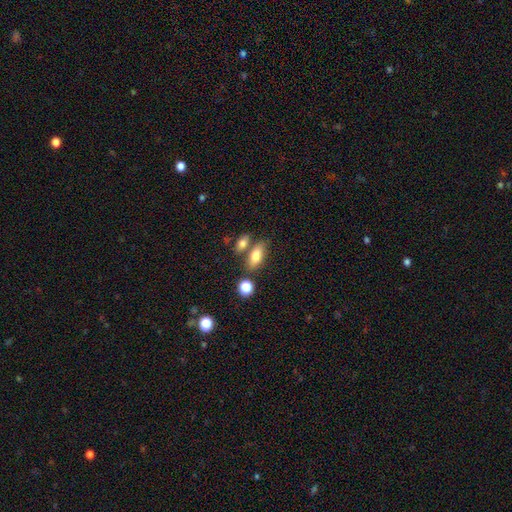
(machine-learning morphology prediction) Overall: smooth (75%). How rounded: in between (78%). Merging: none (63%).